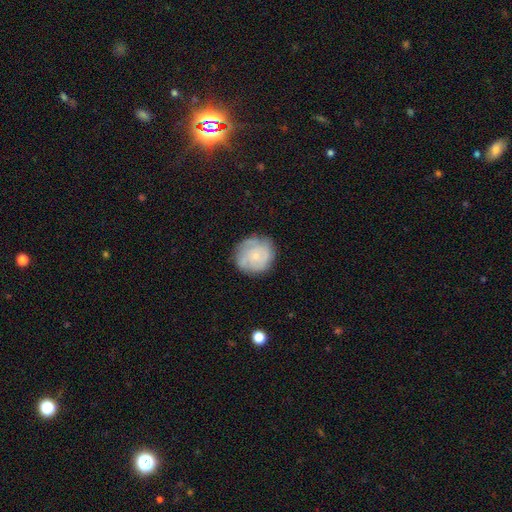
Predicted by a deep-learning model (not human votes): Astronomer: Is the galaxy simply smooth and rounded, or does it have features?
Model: featured or disk — 51% (runner-up: smooth, 42%).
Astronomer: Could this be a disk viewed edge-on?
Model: no — 98%.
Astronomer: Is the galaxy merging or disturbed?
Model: none — 74%.